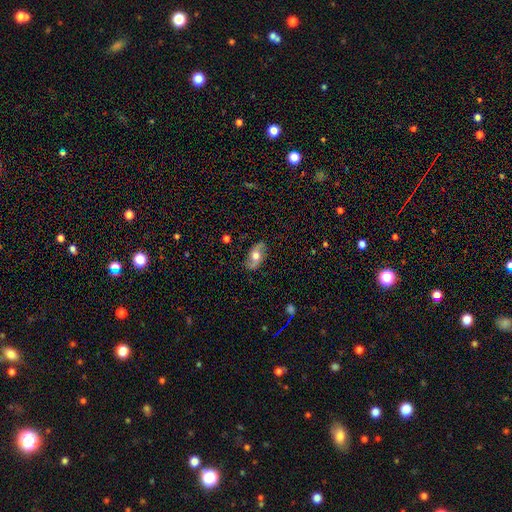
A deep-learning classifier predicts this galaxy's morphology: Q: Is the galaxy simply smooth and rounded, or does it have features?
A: featured or disk — 61%.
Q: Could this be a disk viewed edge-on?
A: no — 90%.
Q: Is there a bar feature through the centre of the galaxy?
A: no — 67%.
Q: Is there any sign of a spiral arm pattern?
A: yes — 83%.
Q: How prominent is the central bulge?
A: moderate — 66%.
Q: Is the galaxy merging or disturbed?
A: none — 82%.